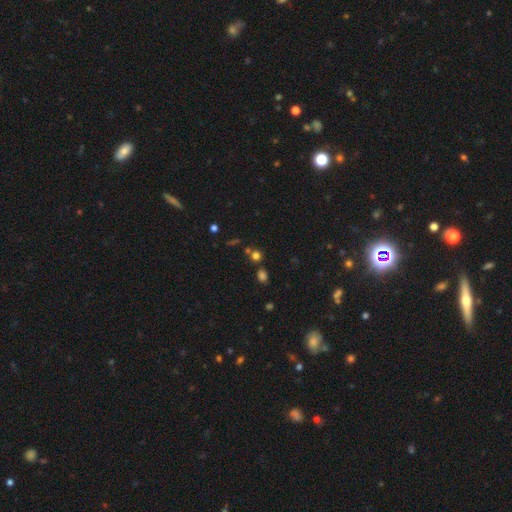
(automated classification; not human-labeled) Overall: smooth (68%). How rounded: round (79%). Merging: none (70%).